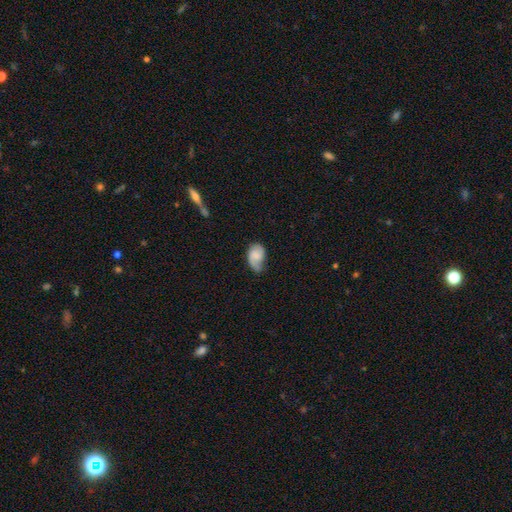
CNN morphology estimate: A smooth galaxy with no disk features (58%) that is in between round and cigar-shaped (84%).

Vote fractions:
- Smooth or featured? smooth: 58% / featured or disk: 34% / star or artifact: 8%
- How rounded? in between: 84% / round: 14% / cigar-shaped: 1%
- Merging? none: 39% (tied) / minor disturbance: 39% (tied) / major disturbance: 19% / merger: 3%